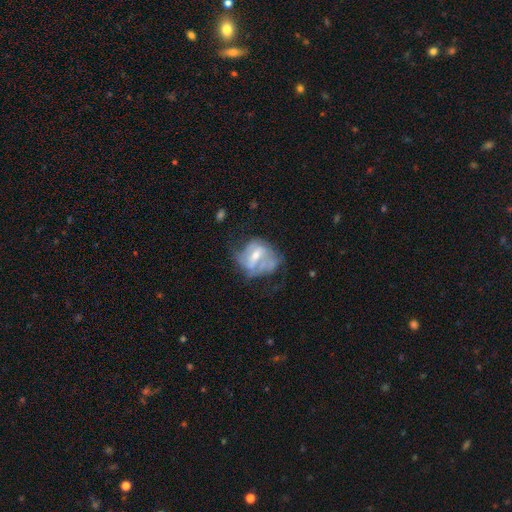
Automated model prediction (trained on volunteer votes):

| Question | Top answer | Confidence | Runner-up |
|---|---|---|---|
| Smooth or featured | featured or disk | 69% | smooth (23%) |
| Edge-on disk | no | 97% | yes (3%) |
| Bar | weak | 47% | no (28%) |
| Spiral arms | yes | 61% | no (39%) |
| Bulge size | moderate | 50% | small (42%) |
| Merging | none | 37% | major disturbance (31%) |